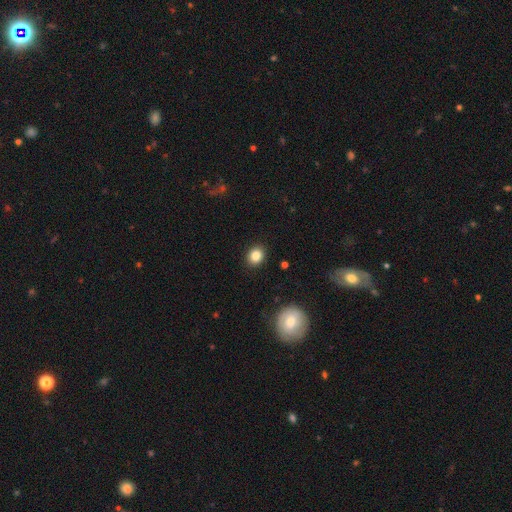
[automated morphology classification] Overall: smooth (85%). How rounded: round (60%; in between 39%). Merging: none (90%).